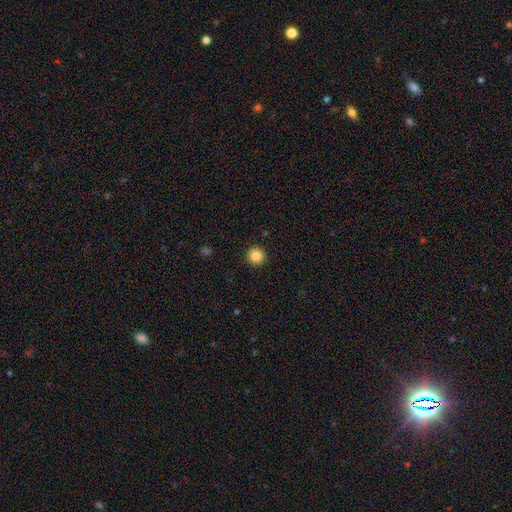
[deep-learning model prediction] This is clearly a smooth galaxy (86%). How rounded: clearly round (96%). Merging: clearly none (93%).